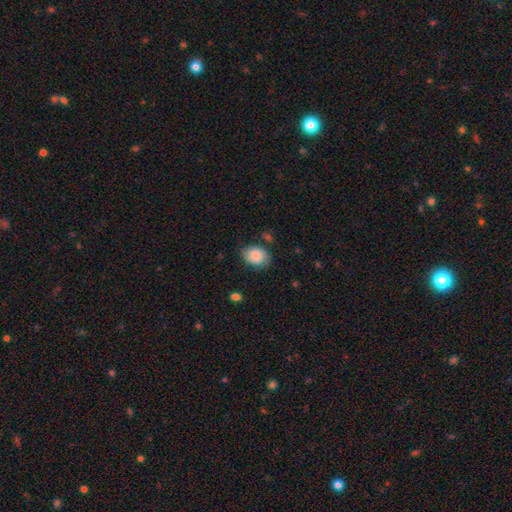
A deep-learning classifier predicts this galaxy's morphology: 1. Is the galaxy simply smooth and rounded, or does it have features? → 83% smooth, 10% featured or disk, 7% star or artifact.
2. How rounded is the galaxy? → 67% in between, 32% round, 1% cigar-shaped.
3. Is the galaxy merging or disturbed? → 69% none, 23% minor disturbance, 6% major disturbance, 3% merger.